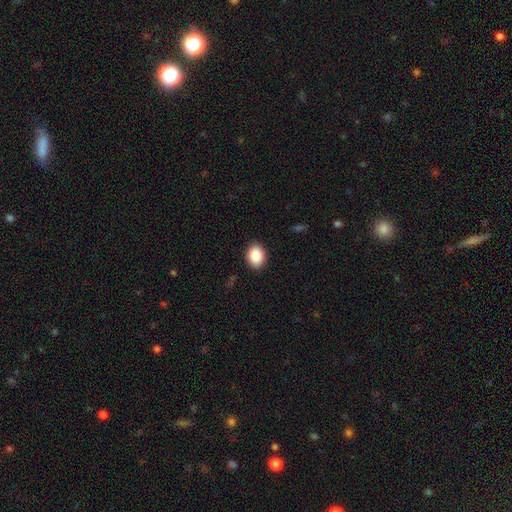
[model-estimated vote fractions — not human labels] A smooth galaxy with no disk features (89%) that is in between round and cigar-shaped (64%). Merging: none (90%).